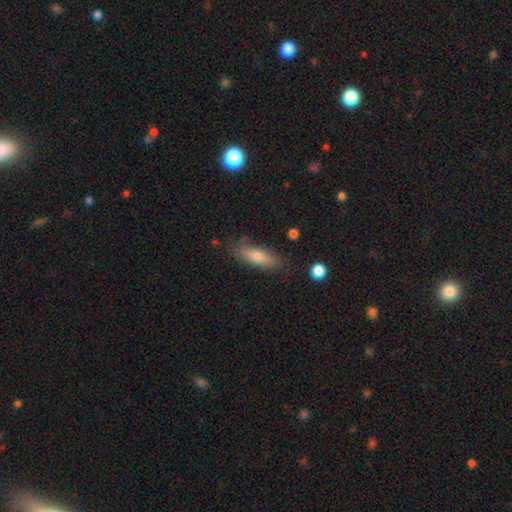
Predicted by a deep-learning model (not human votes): Smooth or featured?
  - smooth: 60% *
  - featured or disk: 26%
  - star or artifact: 14%
How rounded?
  - cigar-shaped: 51% *
  - in between: 45%
  - round: 4%
Merging?
  - none: 83% *
  - minor disturbance: 13%
  - major disturbance: 3%
  - merger: 2%